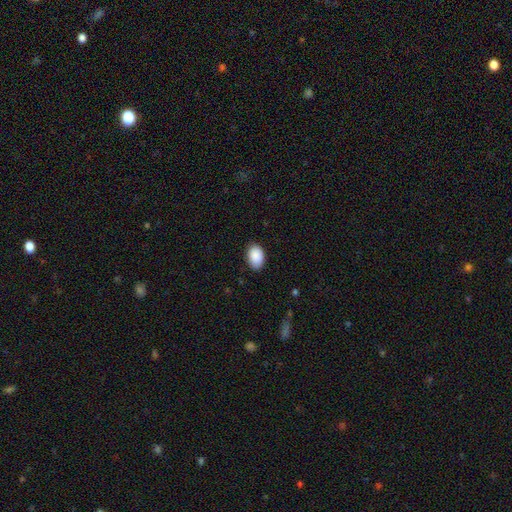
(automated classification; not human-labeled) This appears to be a smooth galaxy with no disk features (90%) that is in between round and cigar-shaped (87%). Merging: none (83%).